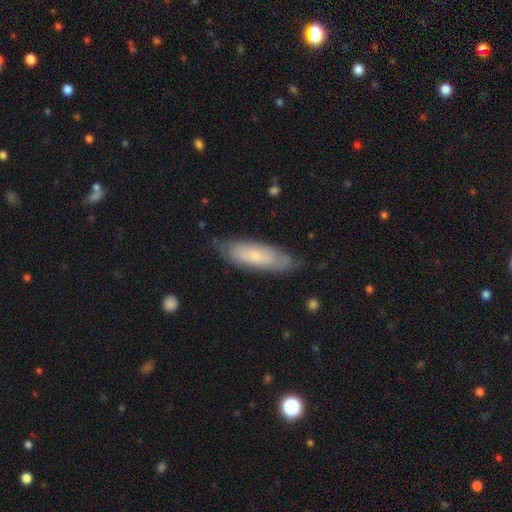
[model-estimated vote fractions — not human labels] A smooth galaxy with no disk features (57%) that is in between round and cigar-shaped (53%). Merging: none (72%).